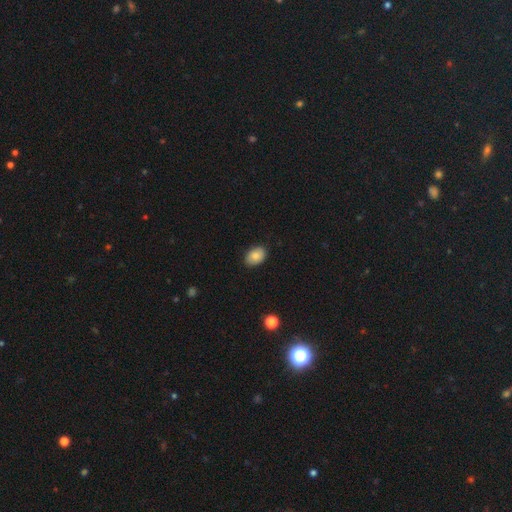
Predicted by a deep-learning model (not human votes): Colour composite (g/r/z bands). It shows a smooth galaxy with no disk features (84%) that is in between round and cigar-shaped (84%). Merging: none (86%).